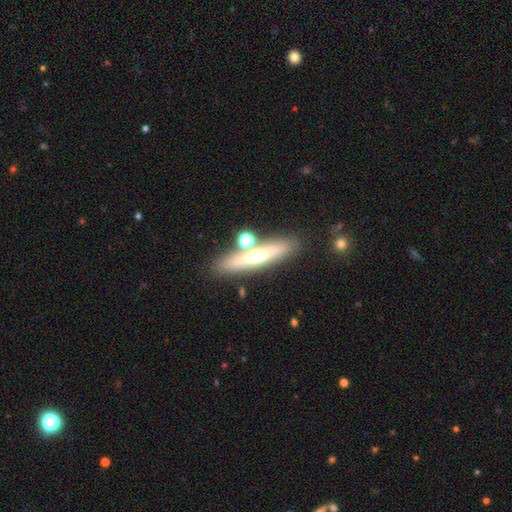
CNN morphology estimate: This is possibly a featured or disk galaxy (51%). It is clearly viewed edge-on (87%). Merging: likely none (76%).